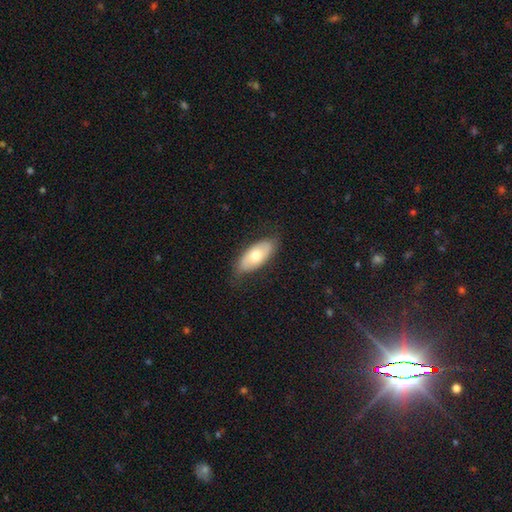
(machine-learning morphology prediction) Smooth or featured?
  - smooth: 65% *
  - featured or disk: 29%
  - star or artifact: 6%
How rounded?
  - in between: 88% *
  - cigar-shaped: 9%
  - round: 2%
Merging?
  - none: 79% *
  - minor disturbance: 17%
  - major disturbance: 4%
  - merger: 1%